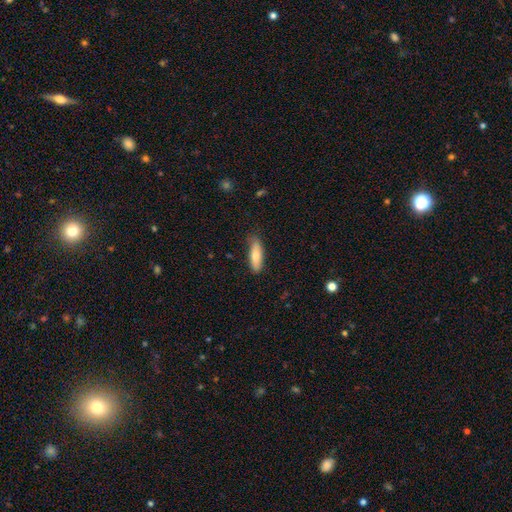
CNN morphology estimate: A smooth galaxy with no disk features (77%) that is cigar-shaped (50%).

Vote fractions:
- Smooth or featured? smooth: 77% / featured or disk: 18% / star or artifact: 6%
- How rounded? cigar-shaped: 50% / in between: 48% / round: 2%
- Merging? none: 79% / minor disturbance: 17% / major disturbance: 3% / merger: 1%